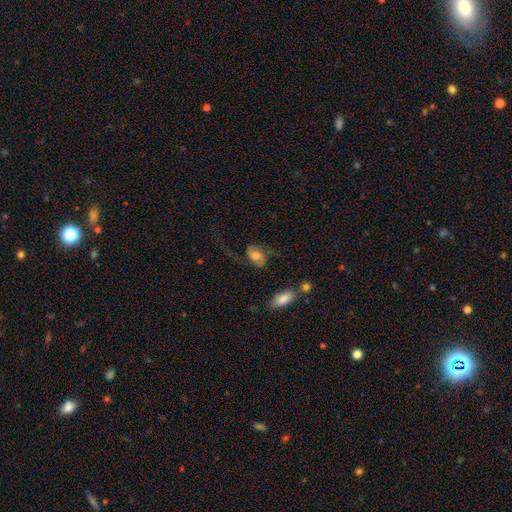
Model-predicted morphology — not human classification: smooth-or-featured: smooth: 51% | featured or disk: 41% | star or artifact: 8%
  how-rounded: in between: 86% | round: 11% | cigar-shaped: 4%
  merging: none: 45% | major disturbance: 30% | minor disturbance: 20% | merger: 5%